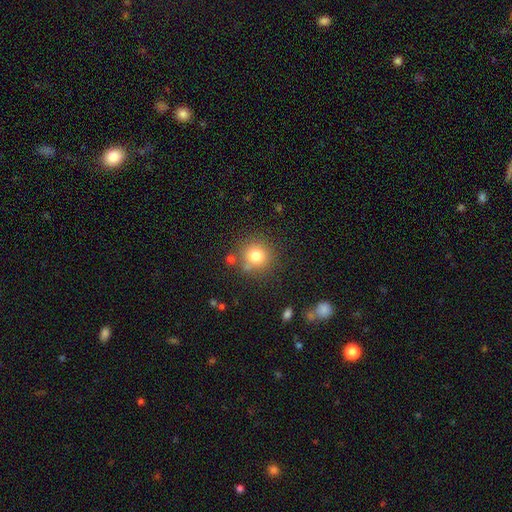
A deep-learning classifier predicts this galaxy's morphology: Smooth or featured? Predicted: smooth (p=0.79). How rounded? Predicted: round (p=0.92). Merging? Predicted: none (p=0.79).